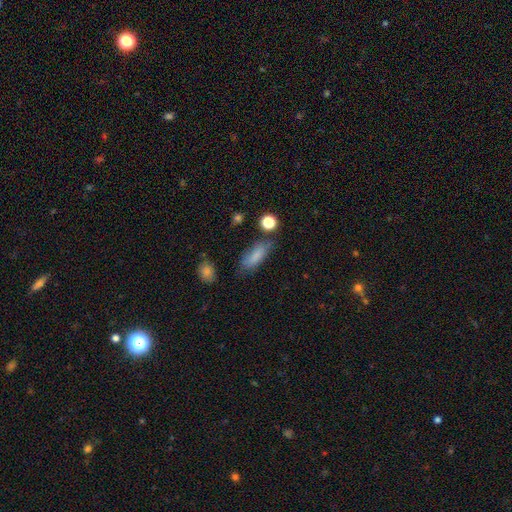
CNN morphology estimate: Q: Smooth or featured?
A: smooth (80%); runner-up: featured or disk (11%)
Q: How rounded?
A: in between (70%); runner-up: cigar-shaped (27%)
Q: Merging?
A: none (64%); runner-up: minor disturbance (23%)